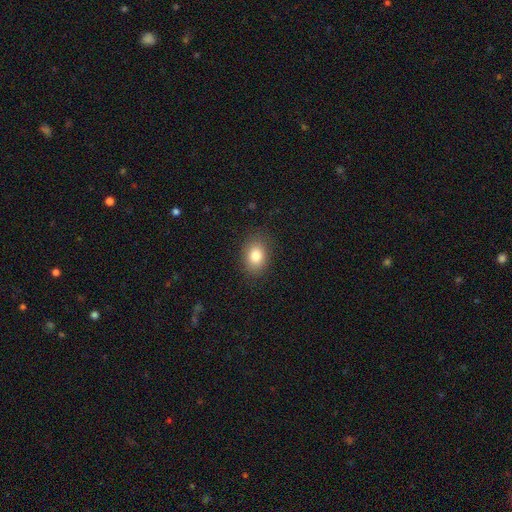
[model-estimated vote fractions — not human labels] A smooth galaxy with no disk features (83%) that is in between round and cigar-shaped (72%). Merging: none (86%).